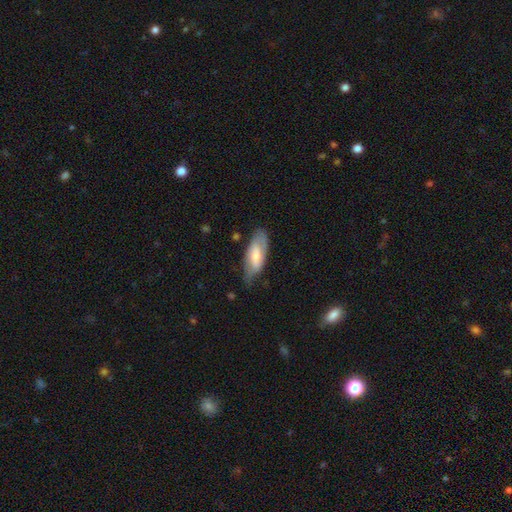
Smooth or featured? 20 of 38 (53%) said smooth. How rounded? 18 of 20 (90%) said in between. Merging? 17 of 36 (47%) said minor disturbance.